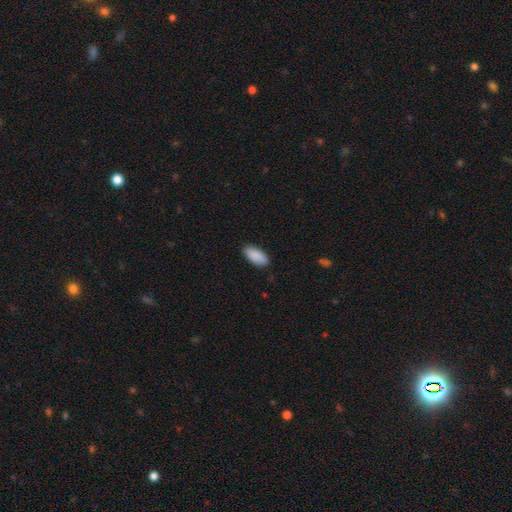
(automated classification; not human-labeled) Overall: smooth (91%). How rounded: in between (90%). Merging: none (88%).